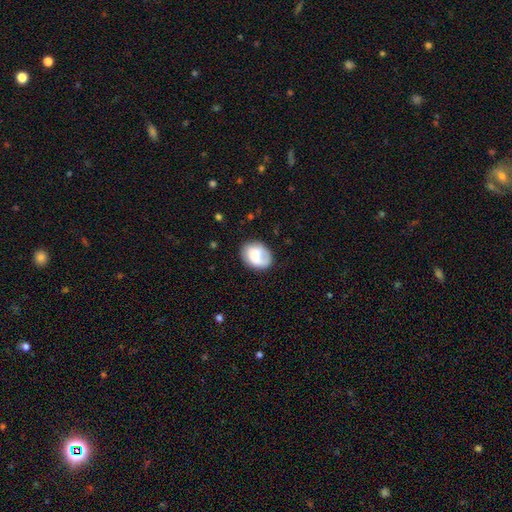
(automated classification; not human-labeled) smooth 71%, featured or disk 22%, star or artifact 7%. Down the decision tree: how rounded — in between (60%); merging — none (65%).